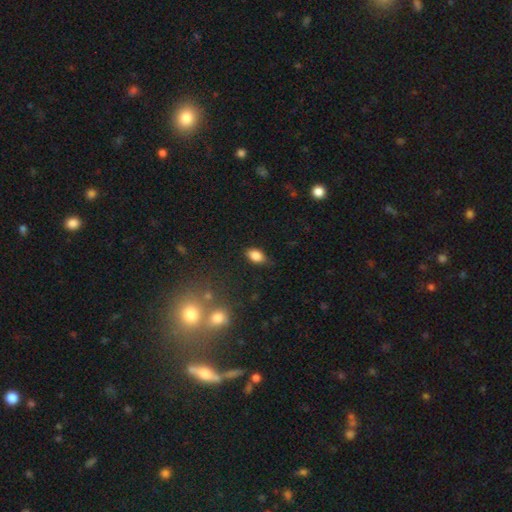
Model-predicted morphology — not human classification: smooth 84%, star or artifact 9%, featured or disk 7%. Down the decision tree: how rounded — in between (88%); merging — none (77%).